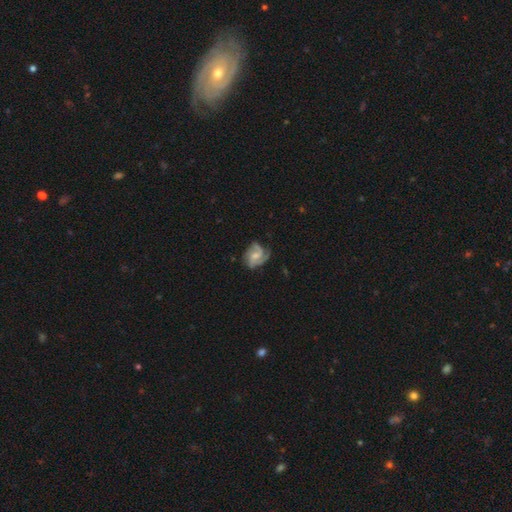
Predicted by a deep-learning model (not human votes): Overall: featured or disk (80%). Edge-on disk: no (98%). Bar: no (50%; weak 41%). Spiral arms: yes (96%). Spiral arm count: 3 (39%; 2 36%). Spiral winding: medium (47%; tight 38%). Bulge size: moderate (43%; small 41%). Merging: none (63%).